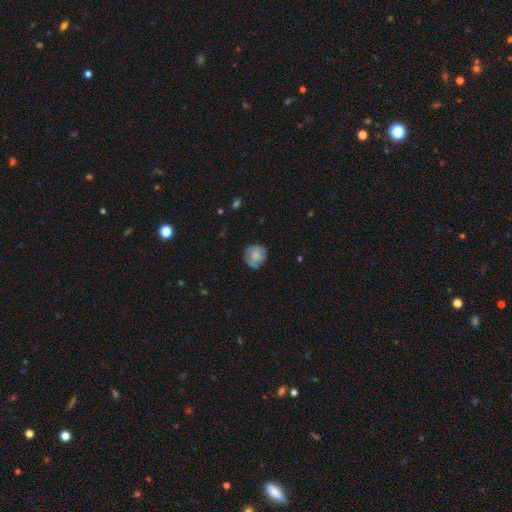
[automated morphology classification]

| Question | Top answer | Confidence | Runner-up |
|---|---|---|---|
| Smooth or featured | smooth | 66% | featured or disk (26%) |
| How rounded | round | 85% | in between (14%) |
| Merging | none | 63% | minor disturbance (26%) |